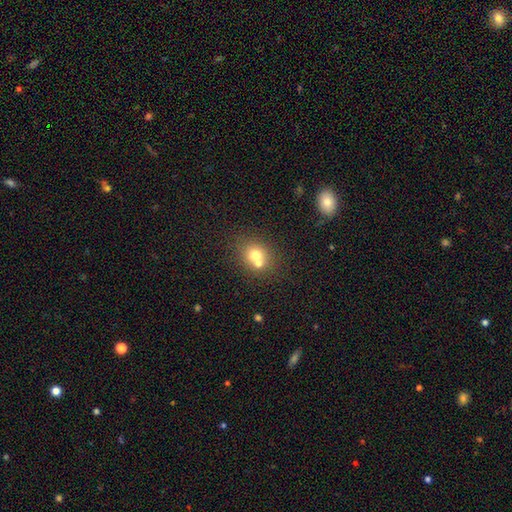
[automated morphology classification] type=smooth (69%); roundness=round (75%); merging=merger (46%).